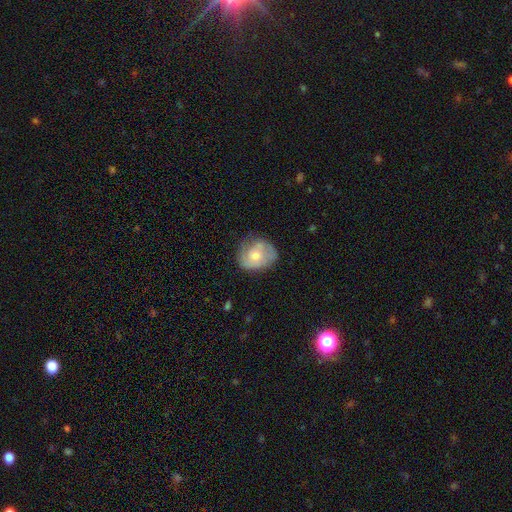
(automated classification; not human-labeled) Smooth or featured: featured or disk — 48% (smooth — 45%)
Merging: none — 63% (minor disturbance — 26%)